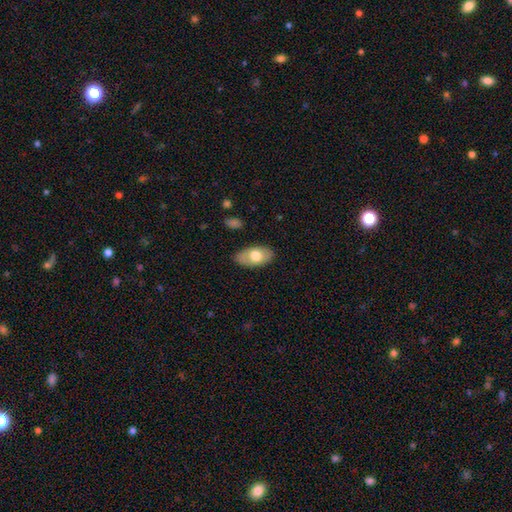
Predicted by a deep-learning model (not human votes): Smooth or featured? smooth (69%)
How rounded? in between (94%)
Merging? none (84%)